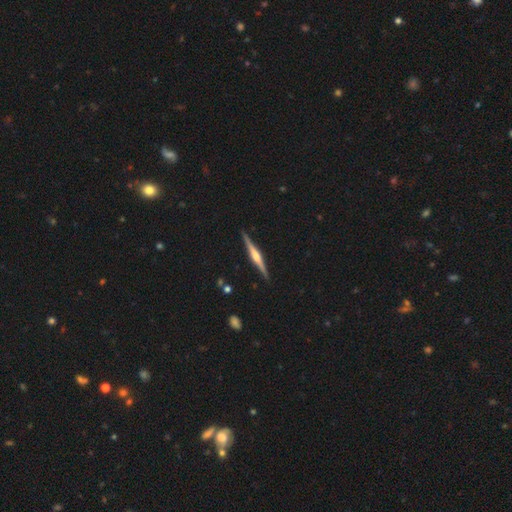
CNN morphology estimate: Smooth or featured?
  - featured or disk: 79% *
  - smooth: 16%
  - star or artifact: 5%
Edge-on disk?
  - yes: 98% *
  - no: 2%
Edge-on bulge?
  - rounded: 82% *
  - boxy: 12%
  - none: 6%
Merging?
  - none: 91% *
  - minor disturbance: 7%
  - major disturbance: 1%
  - merger: 1%